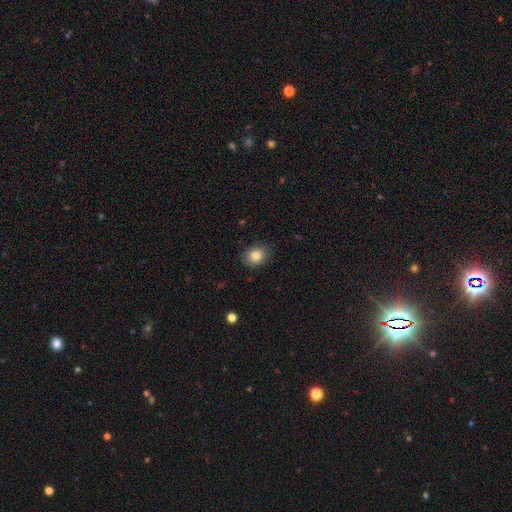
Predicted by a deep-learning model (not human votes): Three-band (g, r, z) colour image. It shows a smooth galaxy with no disk features (82%) that is in between round and cigar-shaped (53%). Merging: none (85%).